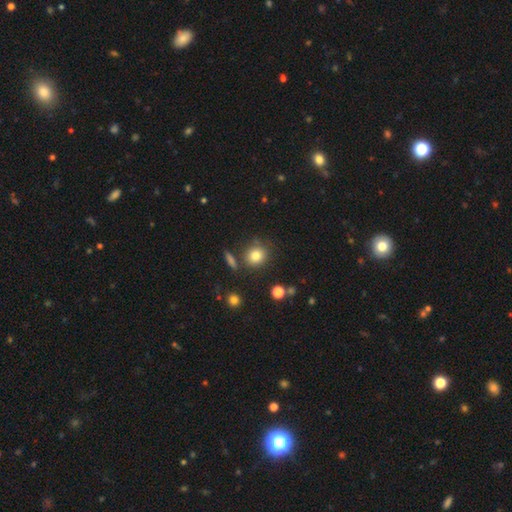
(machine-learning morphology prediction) Smooth or featured: smooth — 80% (star or artifact — 12%)
How rounded: round — 81% (in between — 18%)
Merging: none — 77% (minor disturbance — 11%)